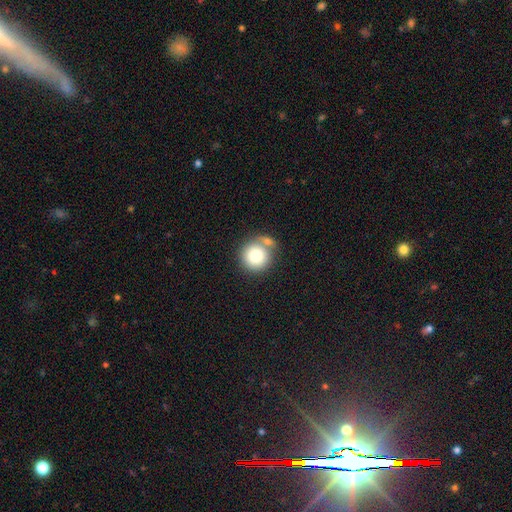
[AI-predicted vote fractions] Smooth or featured?
  - smooth: 79% *
  - featured or disk: 12%
  - star or artifact: 9%
How rounded?
  - round: 92% *
  - in between: 7%
  - cigar-shaped: 1%
Merging?
  - none: 57% *
  - merger: 27%
  - minor disturbance: 12%
  - major disturbance: 5%